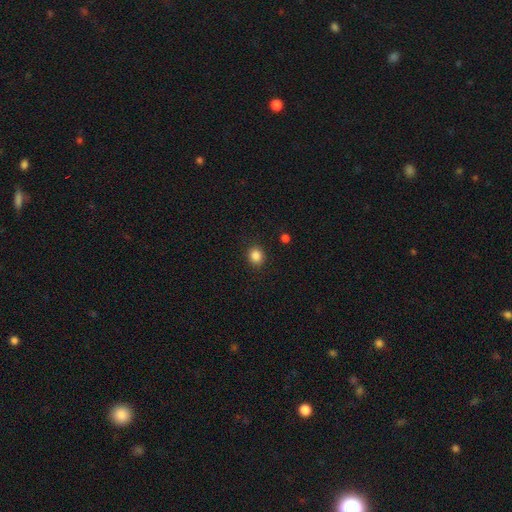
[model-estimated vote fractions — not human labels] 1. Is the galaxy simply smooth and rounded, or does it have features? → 86% smooth, 11% star or artifact, 4% featured or disk.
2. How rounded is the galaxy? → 79% round, 20% in between, 1% cigar-shaped.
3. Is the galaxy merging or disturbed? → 89% none, 7% minor disturbance, 2% major disturbance, 1% merger.